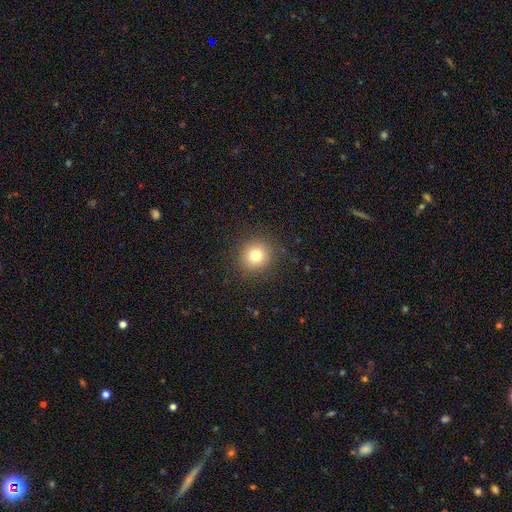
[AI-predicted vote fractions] Smooth or featured? Predicted: smooth (p=0.78). How rounded? Predicted: round (p=0.92). Merging? Predicted: none (p=0.90).